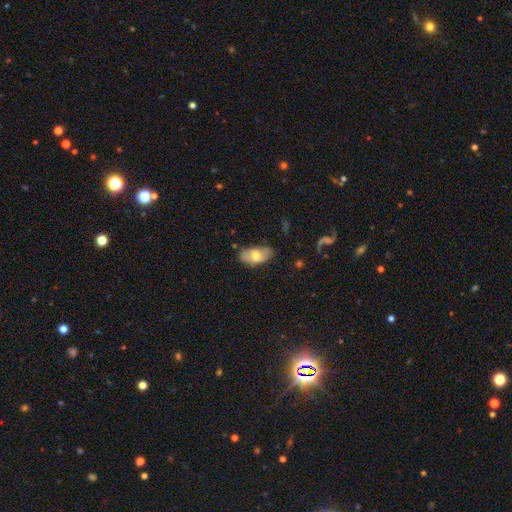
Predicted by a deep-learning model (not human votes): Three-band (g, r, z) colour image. It shows a smooth galaxy with no disk features (63%) that is in between round and cigar-shaped (93%). Merging: none (74%).